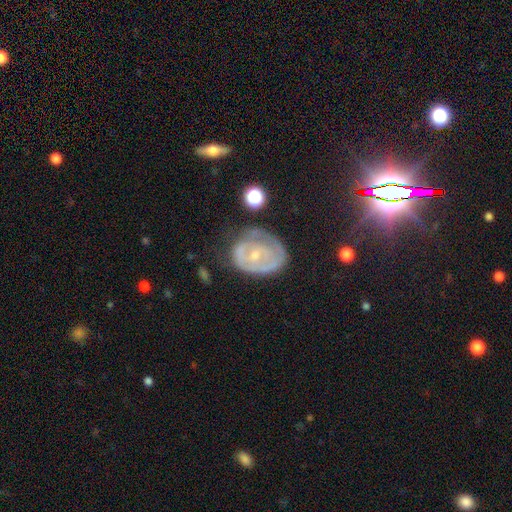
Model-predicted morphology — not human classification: Smooth or featured?
  - featured or disk: 69% *
  - smooth: 22%
  - star or artifact: 9%
Edge-on disk?
  - no: 96% *
  - yes: 4%
Bar?
  - no: 71% *
  - weak: 22%
  - strong: 6%
Spiral arms?
  - yes: 58% *
  - no: 42%
Bulge size?
  - small: 68% *
  - moderate: 27%
  - none: 3%
  - large: 1%
  - dominant: 1%
Merging?
  - none: 54% *
  - minor disturbance: 28%
  - major disturbance: 16%
  - merger: 2%